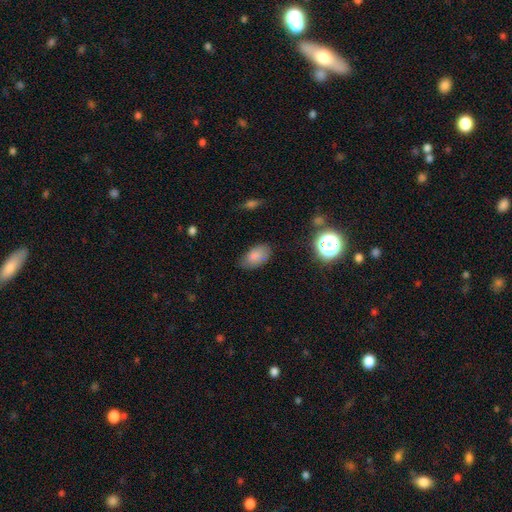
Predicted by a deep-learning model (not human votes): The model was most divided on "merging": none: 74%, minor disturbance: 19%, major disturbance: 5%, merger: 2%. More confident: how rounded — in between (92%); smooth or featured — smooth (81%).